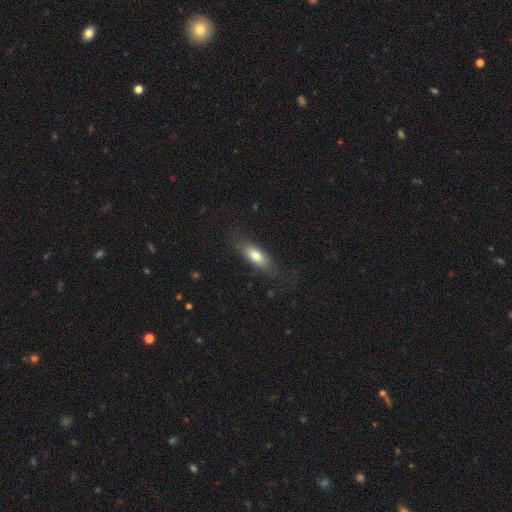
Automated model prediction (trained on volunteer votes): Overall: smooth (74%). How rounded: in between (73%). Merging: none (76%).